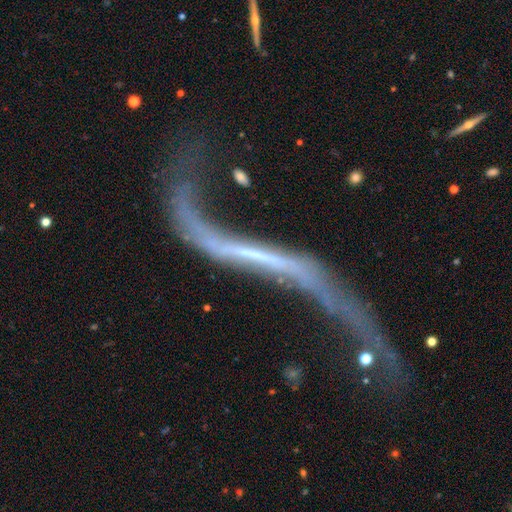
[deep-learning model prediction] Smooth or featured? featured or disk (82%)
Edge-on disk? no (75%)
Bar? strong (48%)
Spiral arms? yes (76%)
Bulge size? none (51%)
Merging? major disturbance (39%)